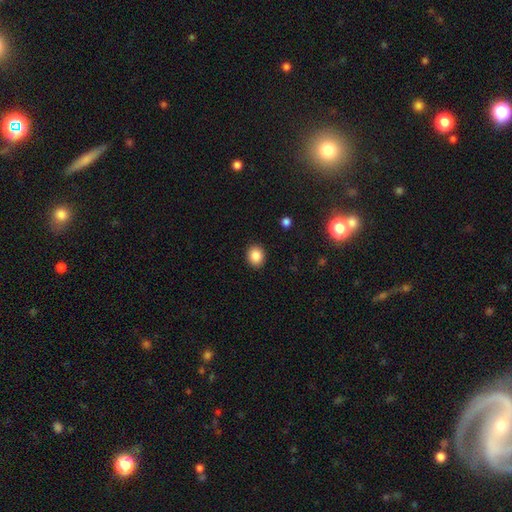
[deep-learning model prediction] Overall: smooth (86%). How rounded: round (63%; in between 36%). Merging: none (91%).